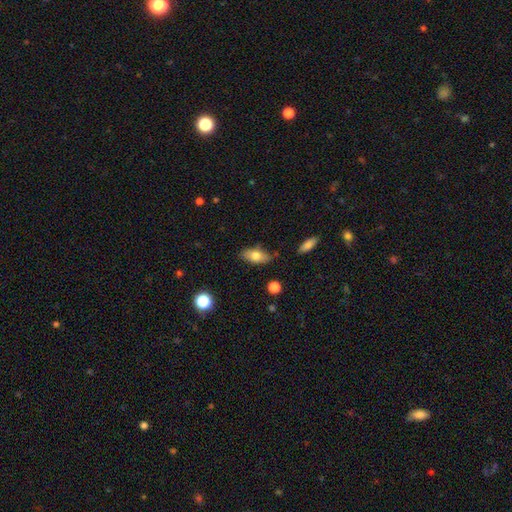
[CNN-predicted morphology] smooth-or-featured: smooth: 74% | featured or disk: 18% | star or artifact: 8%
  how-rounded: in between: 85% | cigar-shaped: 10% | round: 5%
  merging: none: 76% | minor disturbance: 17% | major disturbance: 3% | merger: 3%